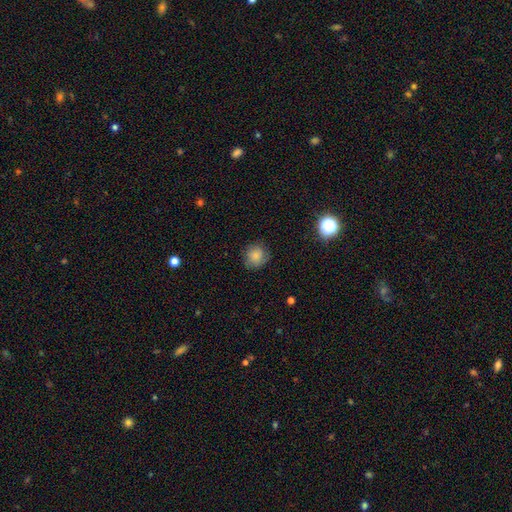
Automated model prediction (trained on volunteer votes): A smooth galaxy with no disk features (82%) that is round (88%).

Vote fractions:
- Smooth or featured? smooth: 82% / star or artifact: 10% / featured or disk: 8%
- How rounded? round: 88% / in between: 11% / cigar-shaped: 1%
- Merging? none: 79% / minor disturbance: 16% / major disturbance: 4% / merger: 1%